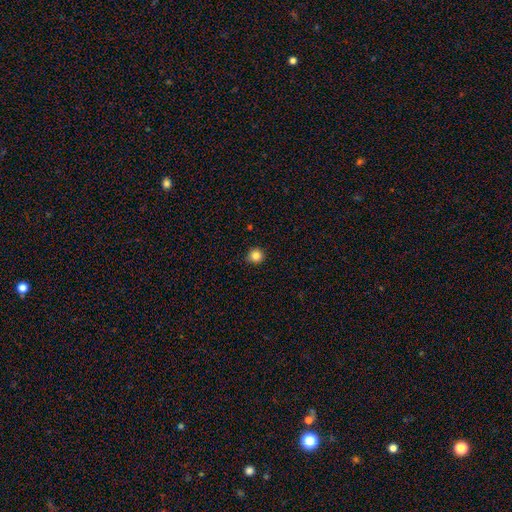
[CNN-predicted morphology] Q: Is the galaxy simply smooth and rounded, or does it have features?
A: smooth — 84%.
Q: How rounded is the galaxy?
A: round — 95%.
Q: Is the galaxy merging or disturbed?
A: none — 90%.